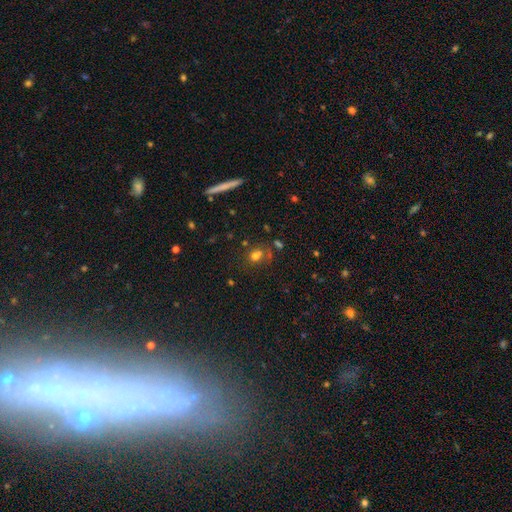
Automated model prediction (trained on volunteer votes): Overall: smooth (66%). How rounded: in between (54%; round 43%). Merging: none (59%).